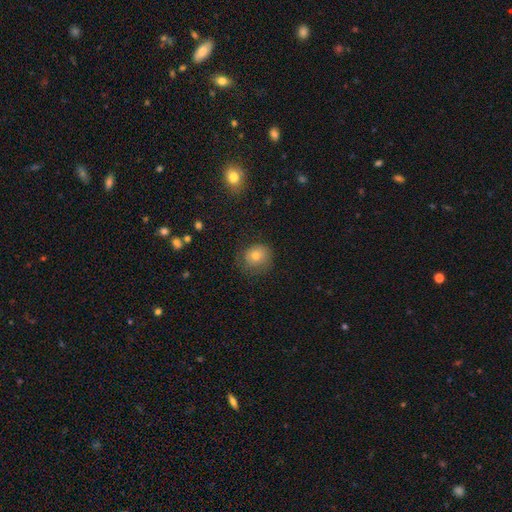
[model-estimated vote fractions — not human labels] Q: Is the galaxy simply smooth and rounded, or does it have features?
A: smooth — 72%.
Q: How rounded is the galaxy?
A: round — 79%.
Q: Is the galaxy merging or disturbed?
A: none — 73%.